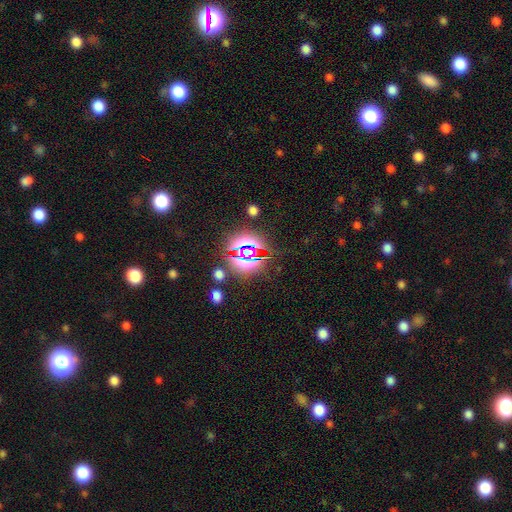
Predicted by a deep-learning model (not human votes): Overall: star or artifact (78%).